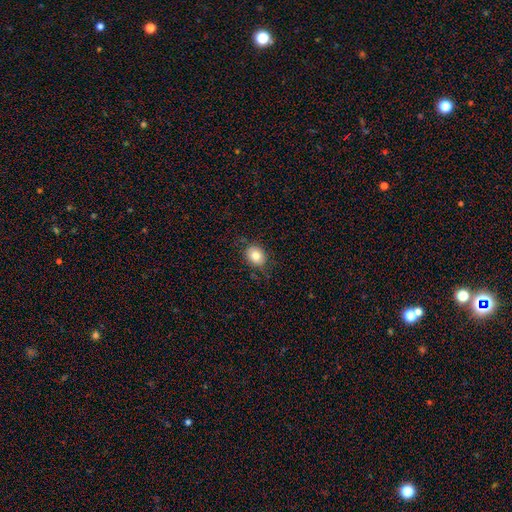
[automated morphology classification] The model was most divided on "how rounded": round: 54%, in between: 45%, cigar-shaped: 1%. More confident: smooth or featured — smooth (80%); merging — none (79%).